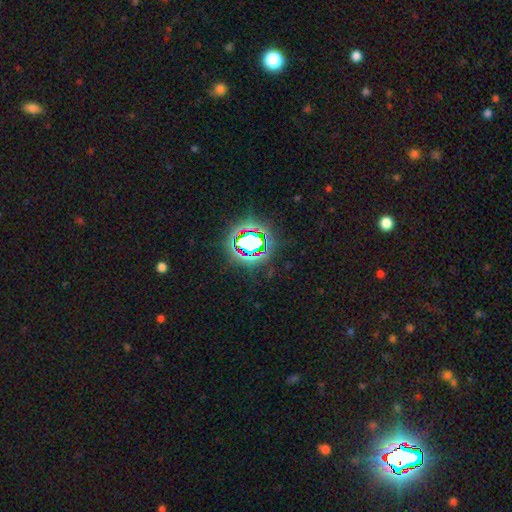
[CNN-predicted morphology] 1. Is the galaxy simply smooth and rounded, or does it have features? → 79% star or artifact, 13% smooth, 8% featured or disk.